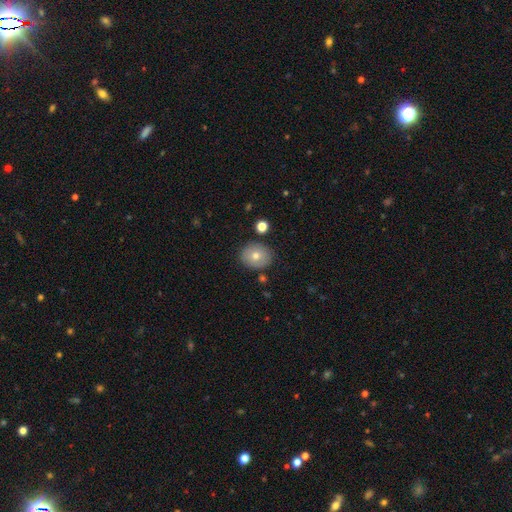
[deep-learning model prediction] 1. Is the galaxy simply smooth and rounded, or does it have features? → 70% smooth, 20% featured or disk, 10% star or artifact.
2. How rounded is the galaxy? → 61% round, 38% in between, 1% cigar-shaped.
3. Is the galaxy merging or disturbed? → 85% none, 10% minor disturbance, 3% merger, 2% major disturbance.